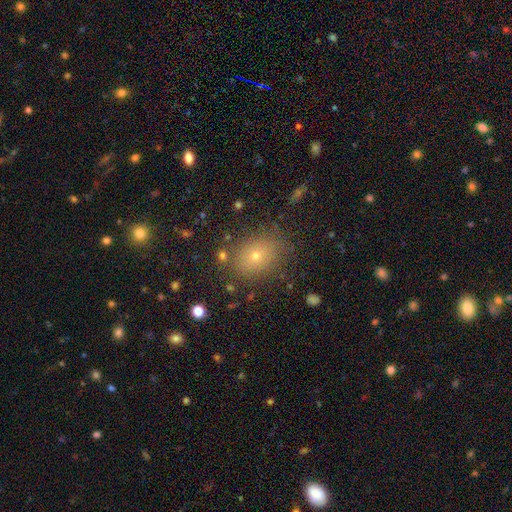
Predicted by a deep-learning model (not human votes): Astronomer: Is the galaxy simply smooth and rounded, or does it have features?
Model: smooth — 67%.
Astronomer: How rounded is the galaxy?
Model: in between — 54% (runner-up: round, 44%).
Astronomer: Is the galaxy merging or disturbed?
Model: none — 82%.